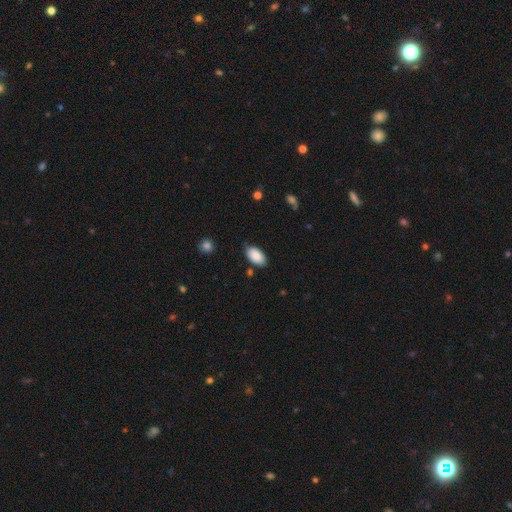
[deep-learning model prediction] smooth 89%, star or artifact 6%, featured or disk 5%. Down the decision tree: how rounded — in between (95%); merging — none (78%).